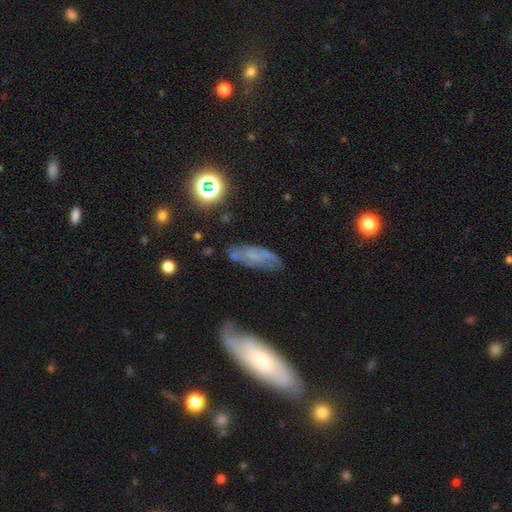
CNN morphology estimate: Q: Smooth or featured?
A: featured or disk (49%); runner-up: smooth (38%)
Q: Merging?
A: none (61%); runner-up: minor disturbance (23%)